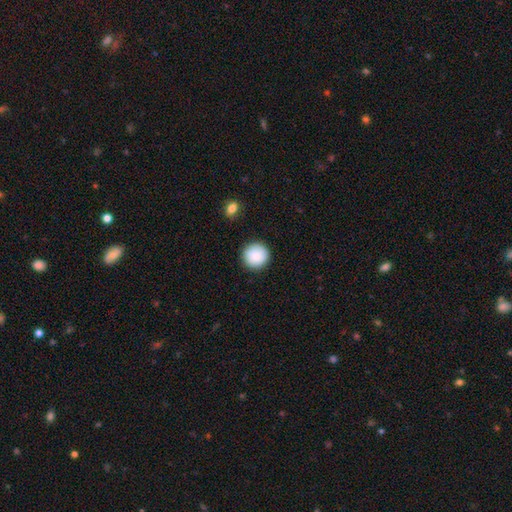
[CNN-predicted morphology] A smooth galaxy with no disk features (89%) that is round (96%). Merging: none (91%).